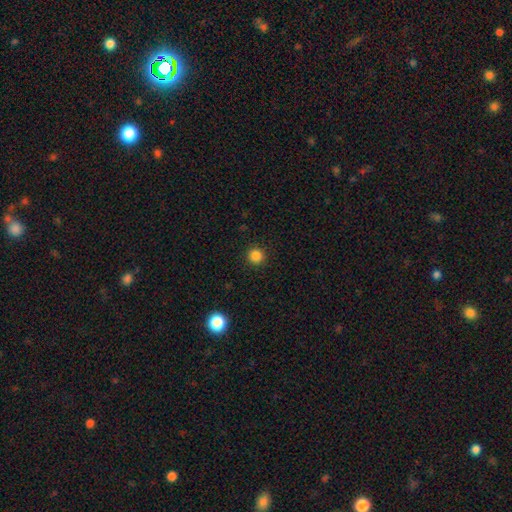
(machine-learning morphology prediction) Overall: smooth (85%). How rounded: round (95%). Merging: none (92%).